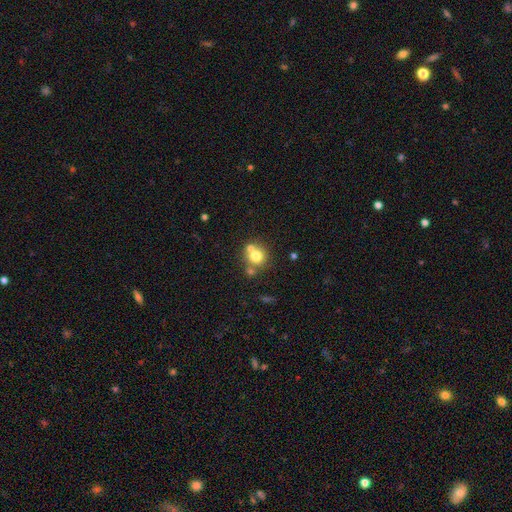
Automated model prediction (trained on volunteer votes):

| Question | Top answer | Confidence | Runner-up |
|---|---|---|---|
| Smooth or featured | smooth | 72% | featured or disk (16%) |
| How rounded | round | 88% | in between (11%) |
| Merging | none | 53% | merger (35%) |